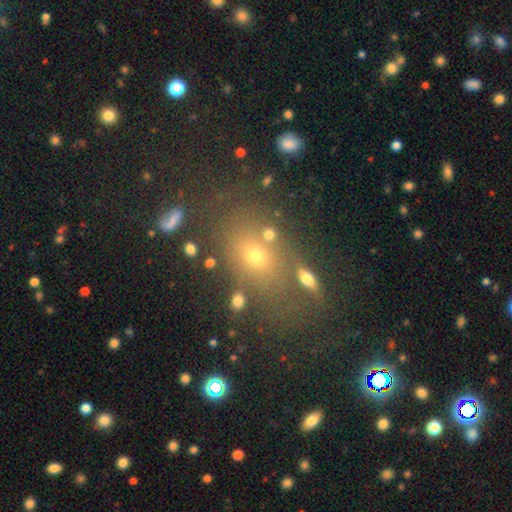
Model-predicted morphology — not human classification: A smooth galaxy with no disk features (63%) that is in between round and cigar-shaped (64%).

Vote fractions:
- Smooth or featured? smooth: 63% / star or artifact: 21% / featured or disk: 17%
- How rounded? in between: 64% / round: 33% / cigar-shaped: 3%
- Merging? none: 64% / minor disturbance: 14% / merger: 14% / major disturbance: 7%